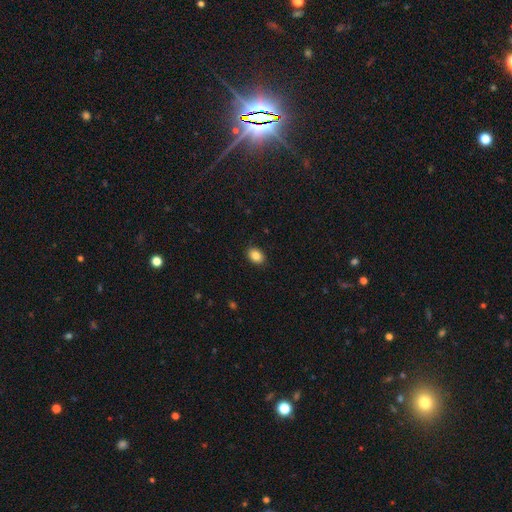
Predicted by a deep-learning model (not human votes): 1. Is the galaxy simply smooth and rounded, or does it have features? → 86% smooth, 9% star or artifact, 6% featured or disk.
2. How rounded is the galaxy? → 76% in between, 23% round, 1% cigar-shaped.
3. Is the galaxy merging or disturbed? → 89% none, 8% minor disturbance, 2% major disturbance, 1% merger.